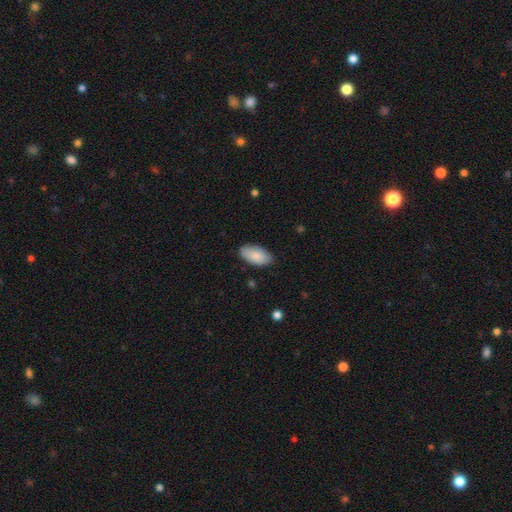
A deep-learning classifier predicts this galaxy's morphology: Overall: smooth (86%). How rounded: in between (95%). Merging: none (83%).